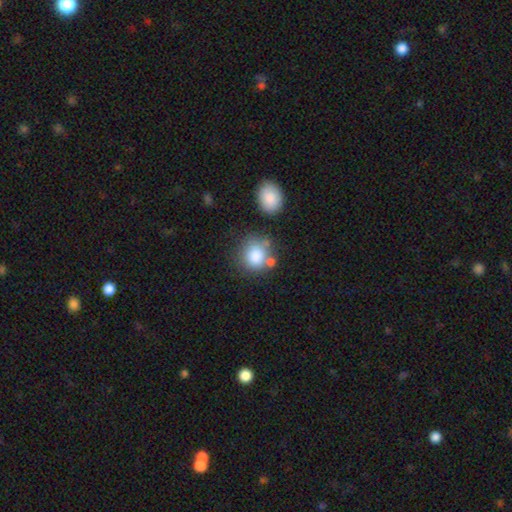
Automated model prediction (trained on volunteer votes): Smooth or featured? smooth (83%)
How rounded? round (79%)
Merging? none (59%)